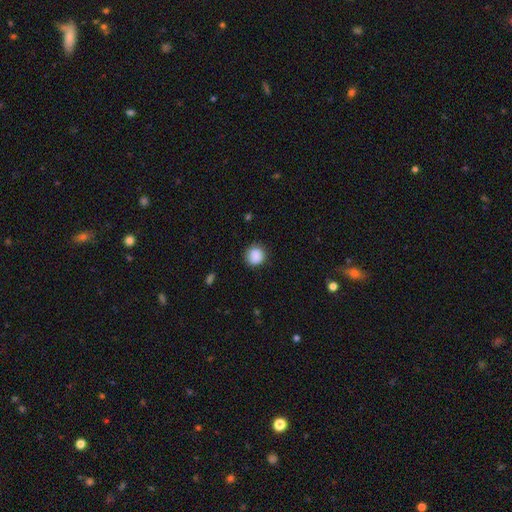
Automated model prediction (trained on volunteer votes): Overall: smooth (88%). How rounded: round (90%). Merging: none (84%).